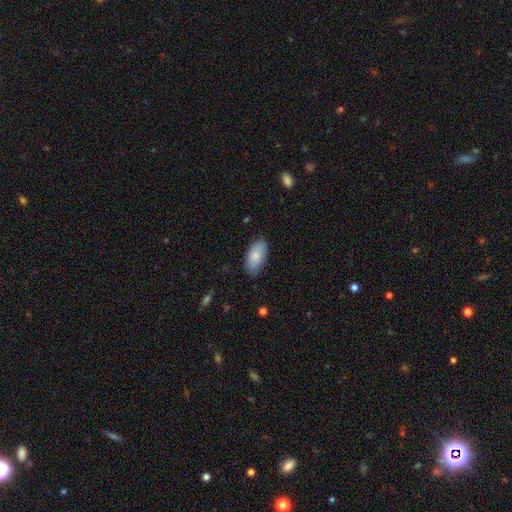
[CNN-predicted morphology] This appears to be a smooth galaxy with no disk features (81%) that is in between round and cigar-shaped (94%). Merging: none (82%).